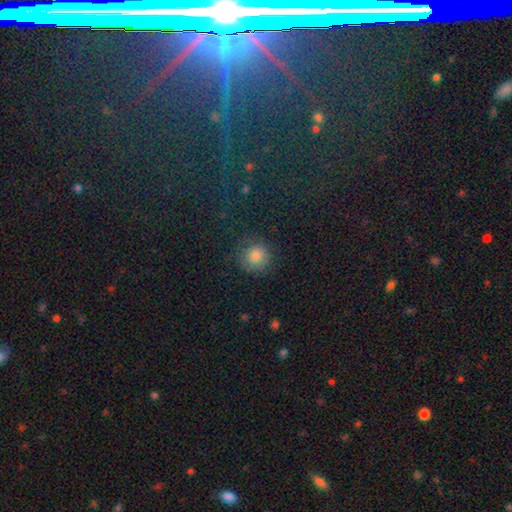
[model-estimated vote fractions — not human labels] This appears to be a smooth galaxy with no disk features (77%) that is round (92%). Merging: none (83%).